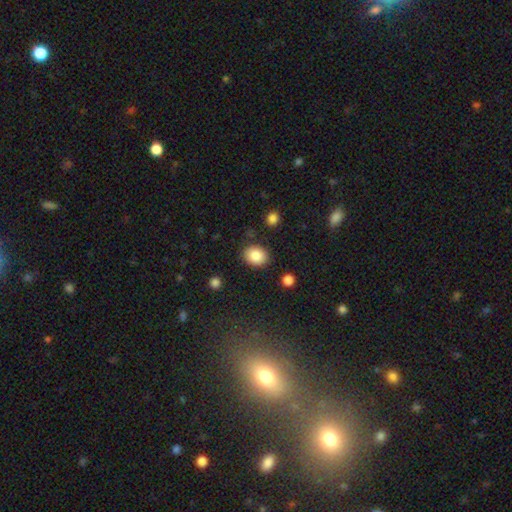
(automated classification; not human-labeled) Smooth or featured? smooth (86%)
How rounded? round (53%)
Merging? none (86%)